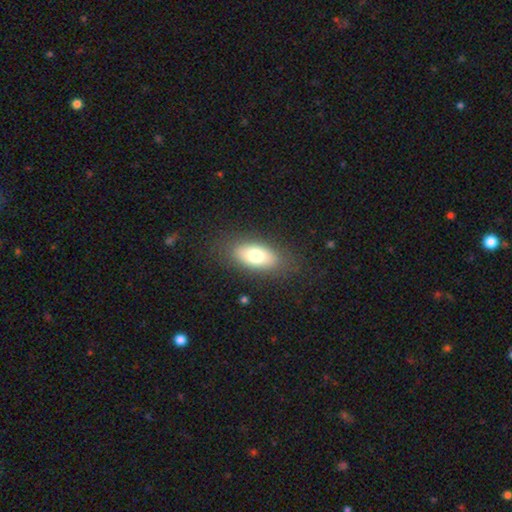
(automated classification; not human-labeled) smooth 71%, featured or disk 21%, star or artifact 8%. Down the decision tree: how rounded — in between (87%); merging — none (83%).